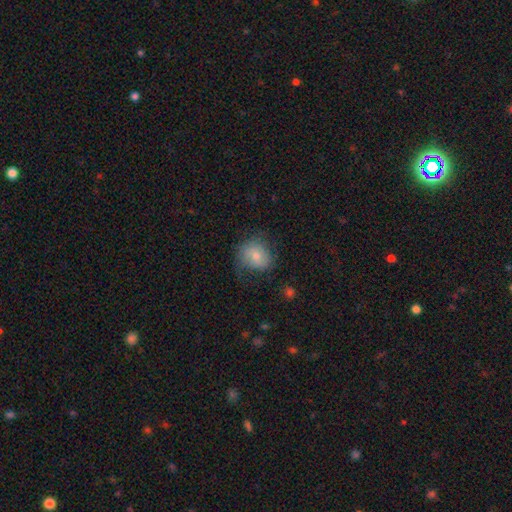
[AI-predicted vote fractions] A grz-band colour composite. It shows a smooth galaxy with no disk features (68%) that is round (67%). Merging: none (56%).